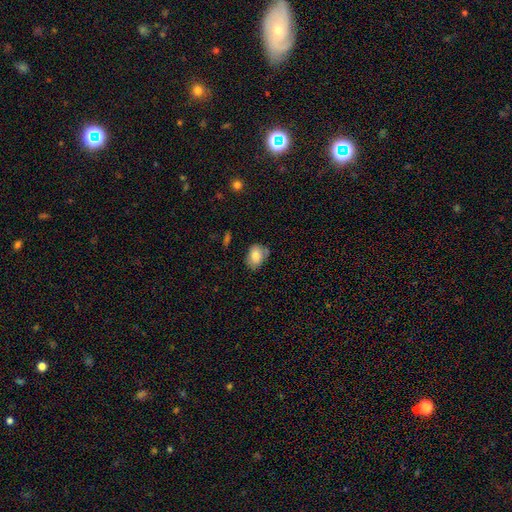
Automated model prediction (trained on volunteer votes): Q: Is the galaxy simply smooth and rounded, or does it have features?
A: smooth — 80%.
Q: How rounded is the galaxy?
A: in between — 73%.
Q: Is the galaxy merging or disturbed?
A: none — 63%.